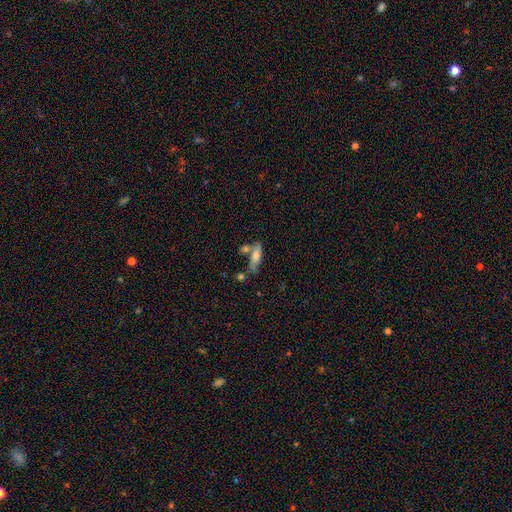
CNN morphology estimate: Smooth or featured?
  - smooth: 64% *
  - featured or disk: 28%
  - star or artifact: 8%
How rounded?
  - in between: 50% *
  - cigar-shaped: 47%
  - round: 3%
Merging?
  - none: 52% *
  - merger: 23%
  - minor disturbance: 18%
  - major disturbance: 7%